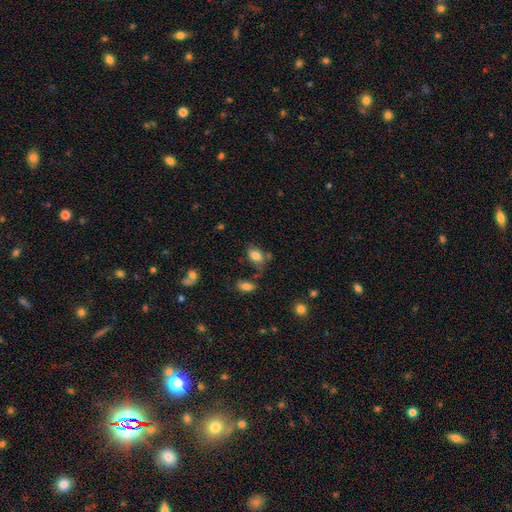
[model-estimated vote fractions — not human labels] Smooth or featured: smooth — 81% (featured or disk — 10%)
How rounded: in between — 86% (round — 12%)
Merging: none — 62% (minor disturbance — 21%)